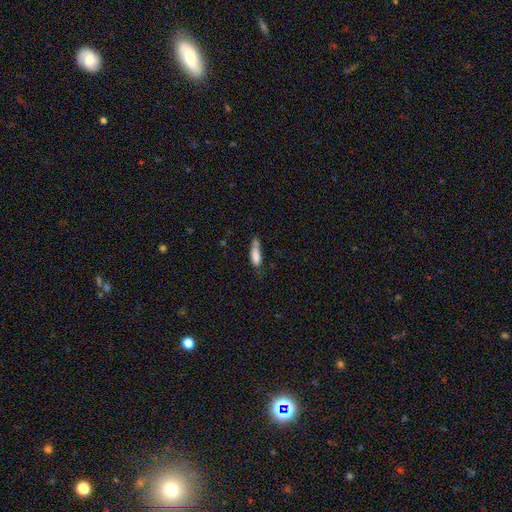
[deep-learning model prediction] Morphology: type=smooth (79%); roundness=cigar-shaped (51%); merging=none (39%).